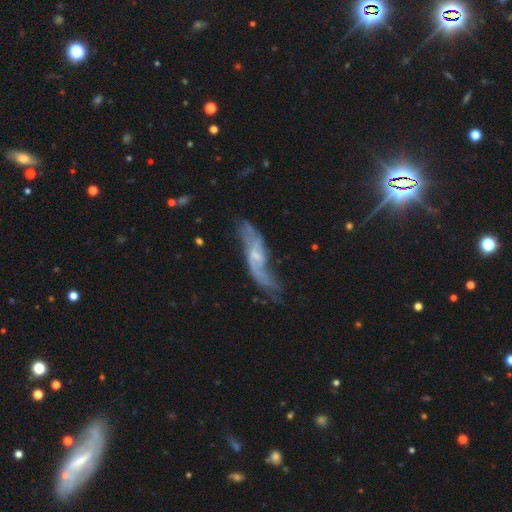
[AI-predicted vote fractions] Smooth or featured? Predicted: featured or disk (p=0.71). Edge-on disk? Predicted: no (p=0.74). Bar? Predicted: no (p=0.59). Spiral arms? Predicted: yes (p=0.80). Bulge size? Predicted: small (p=0.62). Merging? Predicted: none (p=0.46).